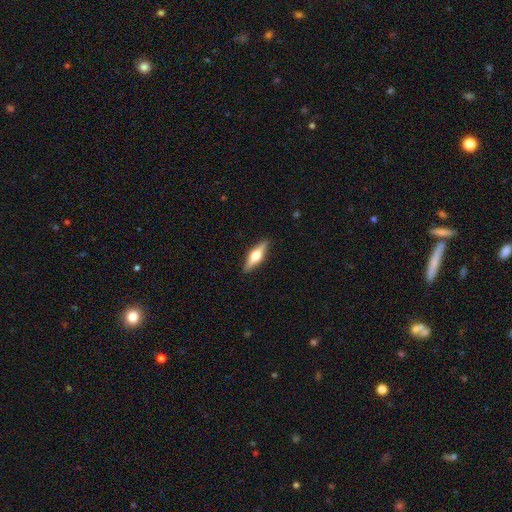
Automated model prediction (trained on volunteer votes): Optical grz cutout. It shows a featured or disk galaxy (59%) viewed edge-on (96%) with a rounded central bulge (94%). Merging: none (90%).